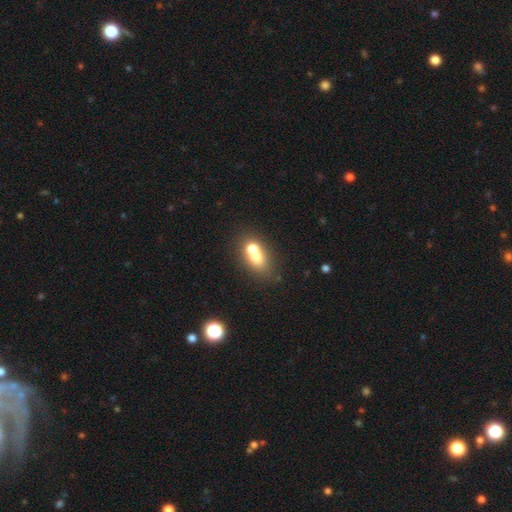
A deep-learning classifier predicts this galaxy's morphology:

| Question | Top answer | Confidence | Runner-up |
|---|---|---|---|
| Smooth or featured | smooth | 64% | featured or disk (25%) |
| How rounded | in between | 64% | round (32%) |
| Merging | merger | 59% | none (29%) |